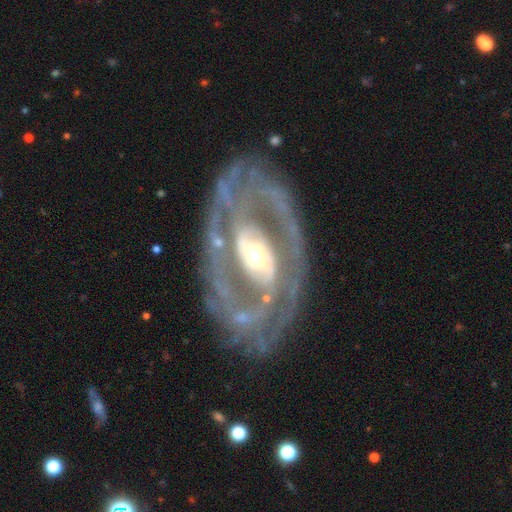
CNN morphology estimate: This appears to be a featured or disk galaxy (89%) with a strong bar (35%), 2 (64%) tight (52%) spiral arms (87%) and a moderate central bulge (65%). Merging: none (72%).